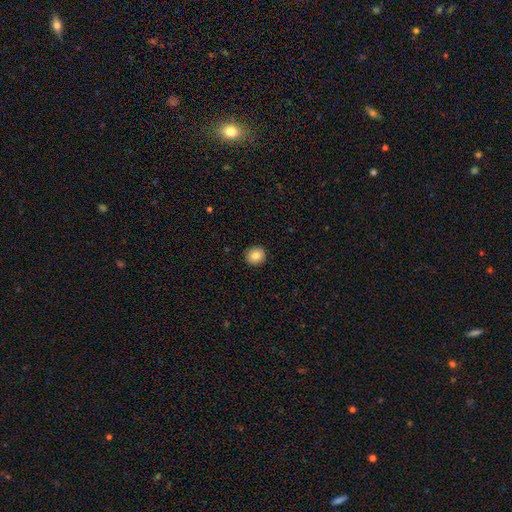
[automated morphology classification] smooth-or-featured: smooth: 86% | star or artifact: 9% | featured or disk: 6%
  how-rounded: round: 86% | in between: 13% | cigar-shaped: 1%
  merging: none: 92% | minor disturbance: 5% | major disturbance: 2% | merger: 1%